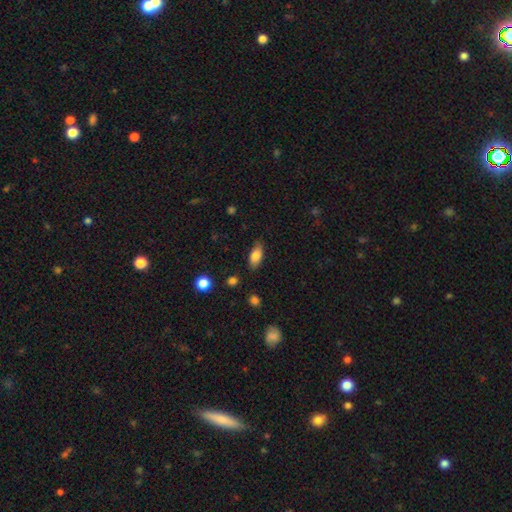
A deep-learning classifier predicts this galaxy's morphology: smooth 81%, featured or disk 12%, star or artifact 8%. Down the decision tree: how rounded — in between (88%); merging — none (80%).